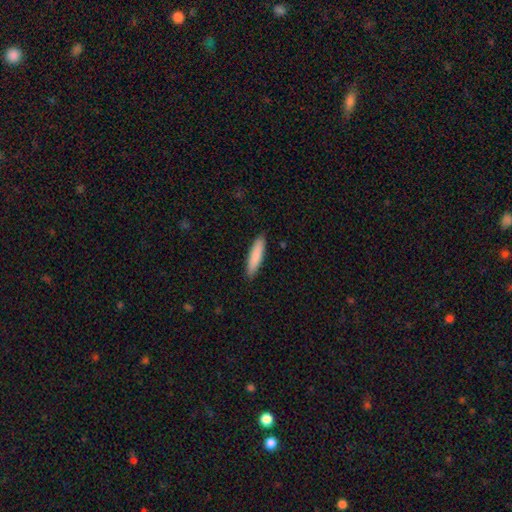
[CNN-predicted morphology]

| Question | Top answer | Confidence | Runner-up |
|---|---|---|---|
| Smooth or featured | smooth | 86% | featured or disk (9%) |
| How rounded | cigar-shaped | 80% | in between (18%) |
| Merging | none | 89% | minor disturbance (8%) |